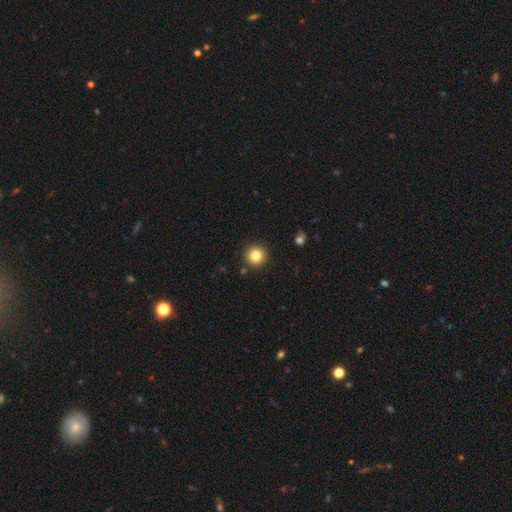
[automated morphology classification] A smooth galaxy with no disk features (82%) that is round (95%). Merging: none (90%).